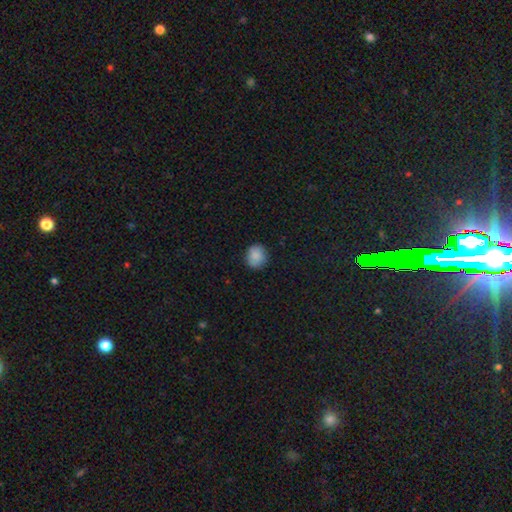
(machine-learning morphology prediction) A smooth galaxy with no disk features (86%) that is round (81%).

Vote fractions:
- Smooth or featured? smooth: 86% / star or artifact: 8% / featured or disk: 5%
- How rounded? round: 81% / in between: 18% / cigar-shaped: 1%
- Merging? none: 86% / minor disturbance: 11% / major disturbance: 2% / merger: 1%